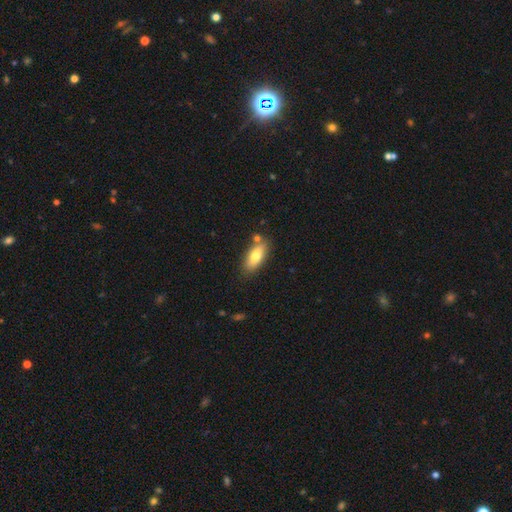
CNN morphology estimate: Smooth or featured? Predicted: smooth (p=0.73). How rounded? Predicted: in between (p=0.79). Merging? Predicted: none (p=0.75).